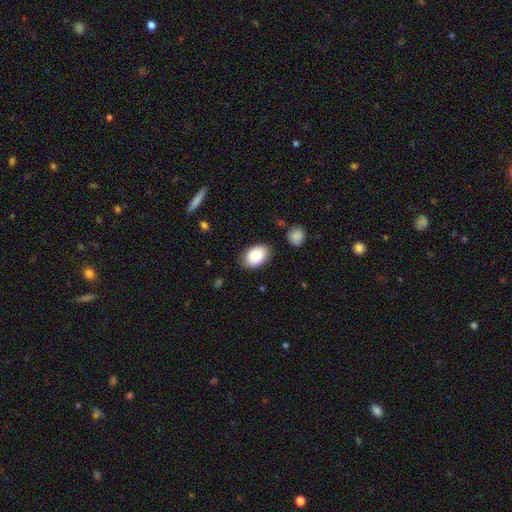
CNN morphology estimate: Overall: smooth (87%). How rounded: in between (87%). Merging: none (81%).